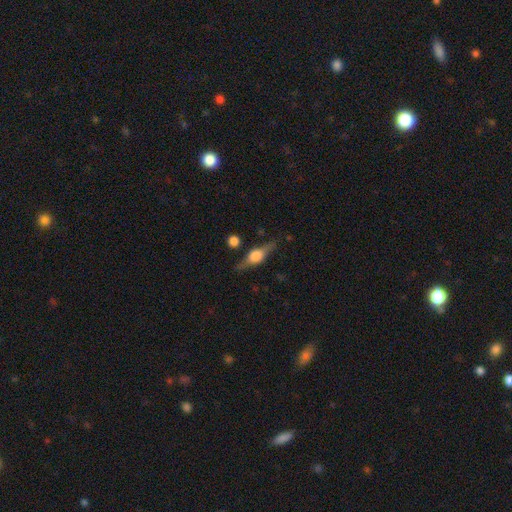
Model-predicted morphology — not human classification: Smooth or featured? featured or disk (72%)
Edge-on disk? yes (96%)
Edge-on bulge? rounded (90%)
Merging? none (81%)